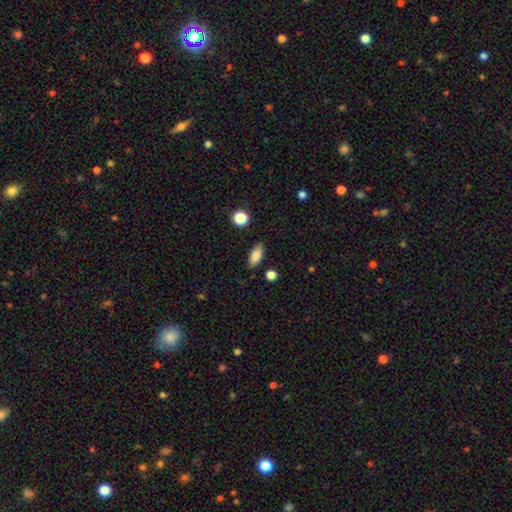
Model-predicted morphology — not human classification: smooth 86%, star or artifact 8%, featured or disk 6%. Down the decision tree: how rounded — in between (83%); merging — none (86%).